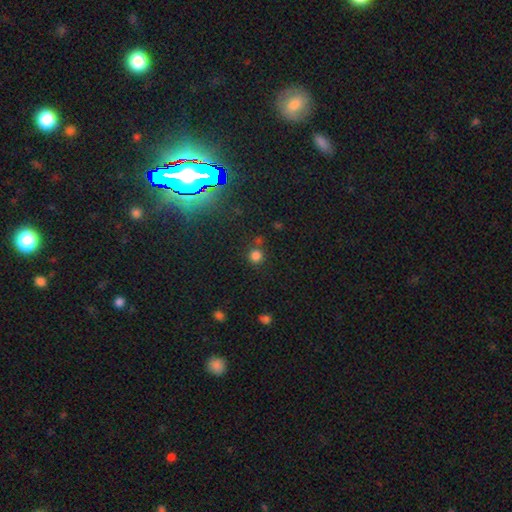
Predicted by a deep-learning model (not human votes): A smooth galaxy with no disk features (76%) that is round (92%).

Vote fractions:
- Smooth or featured? smooth: 76% / star or artifact: 19% / featured or disk: 5%
- How rounded? round: 92% / in between: 7% / cigar-shaped: 1%
- Merging? none: 74% / merger: 12% / minor disturbance: 10% / major disturbance: 4%